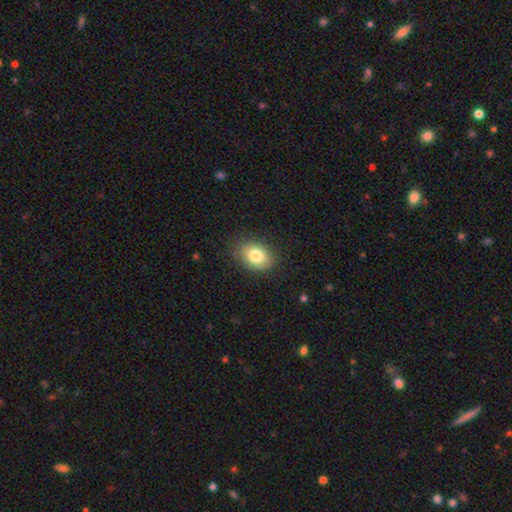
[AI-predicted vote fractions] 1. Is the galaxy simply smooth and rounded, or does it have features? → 82% smooth, 9% featured or disk, 8% star or artifact.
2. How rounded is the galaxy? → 78% in between, 21% round, 1% cigar-shaped.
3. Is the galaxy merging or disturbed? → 84% none, 12% minor disturbance, 3% major disturbance, 1% merger.